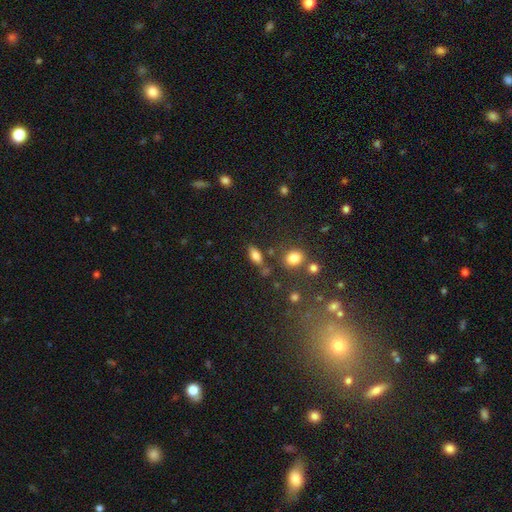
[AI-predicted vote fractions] This appears to be a smooth galaxy with no disk features (78%) that is in between round and cigar-shaped (81%). Merging: none (72%).